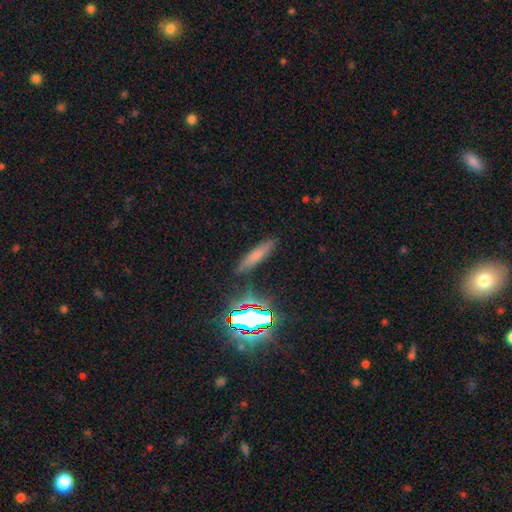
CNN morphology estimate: Smooth or featured?
  - smooth: 61% *
  - star or artifact: 20%
  - featured or disk: 19%
How rounded?
  - cigar-shaped: 79% *
  - in between: 18%
  - round: 3%
Merging?
  - none: 83% *
  - minor disturbance: 11%
  - major disturbance: 3%
  - merger: 3%